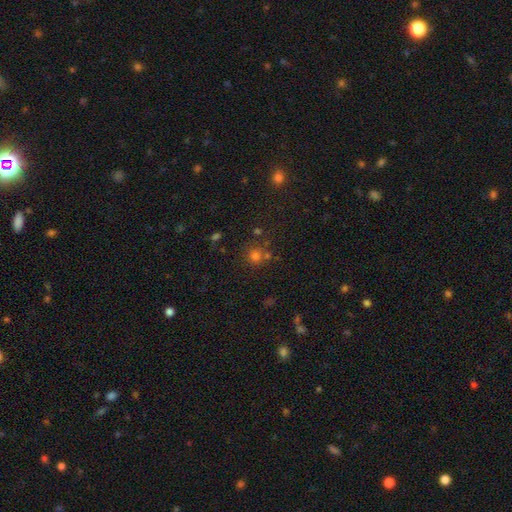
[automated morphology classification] smooth-or-featured: smooth: 64% | star or artifact: 28% | featured or disk: 8%
  how-rounded: round: 91% | in between: 8% | cigar-shaped: 1%
  merging: none: 72% | merger: 14% | minor disturbance: 9% | major disturbance: 4%